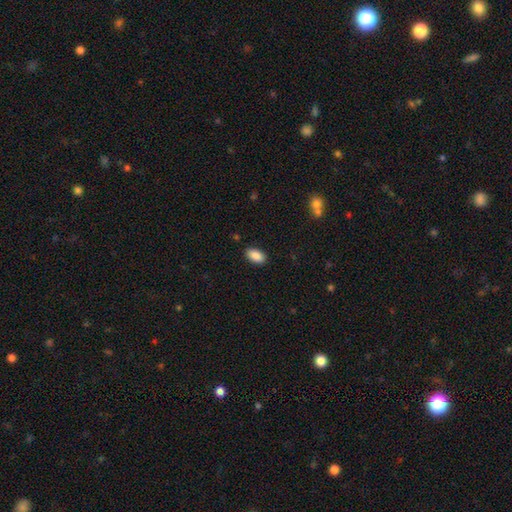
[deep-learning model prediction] A smooth galaxy with no disk features (89%) that is in between round and cigar-shaped (94%).

Vote fractions:
- Smooth or featured? smooth: 89% / star or artifact: 7% / featured or disk: 4%
- How rounded? in between: 94% / round: 4% / cigar-shaped: 2%
- Merging? none: 87% / minor disturbance: 9% / major disturbance: 2% / merger: 1%